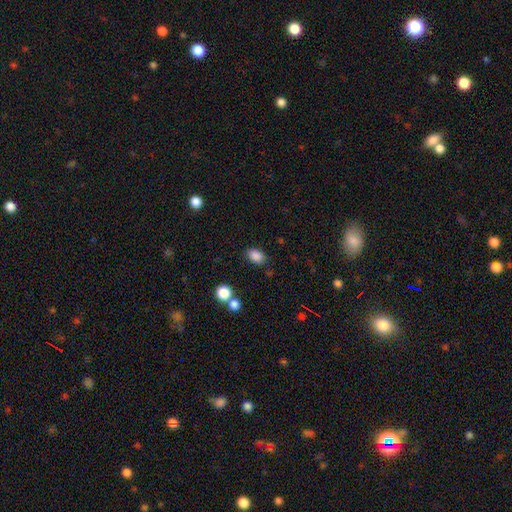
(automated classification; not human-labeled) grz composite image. It shows a smooth galaxy with no disk features (86%) that is in between round and cigar-shaped (81%). Merging: none (79%).